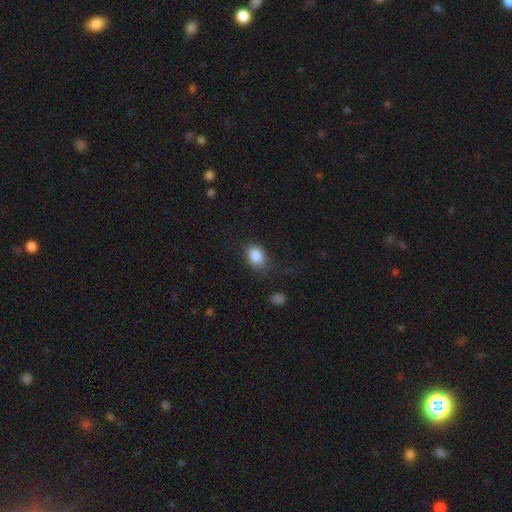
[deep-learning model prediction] smooth_or_featured: smooth (p=0.87) [alt: star or artifact p=0.08]
how_rounded: in between (p=0.71) [alt: round p=0.28]
merging: none (p=0.67) [alt: minor disturbance p=0.20]